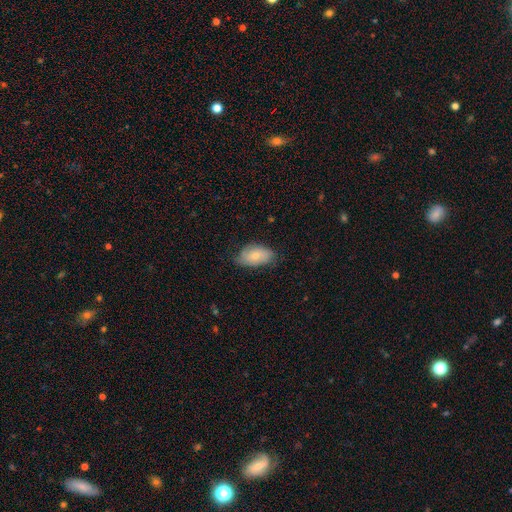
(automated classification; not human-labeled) Q: Smooth or featured?
A: smooth (66%); runner-up: featured or disk (27%)
Q: How rounded?
A: in between (93%); runner-up: round (5%)
Q: Merging?
A: none (67%); runner-up: minor disturbance (27%)